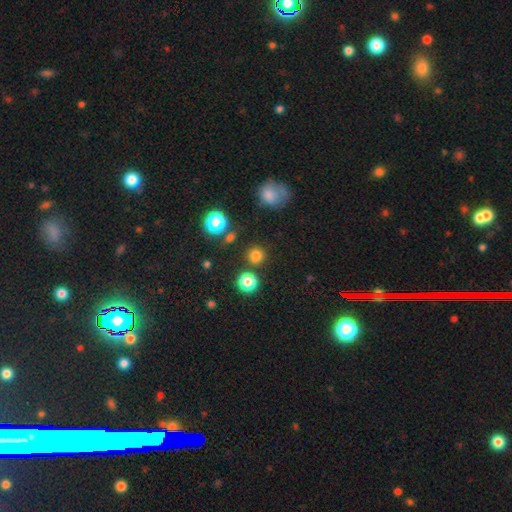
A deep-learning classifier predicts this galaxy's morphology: This appears to be a smooth galaxy with no disk features (78%) that is round (91%). Merging: none (83%).